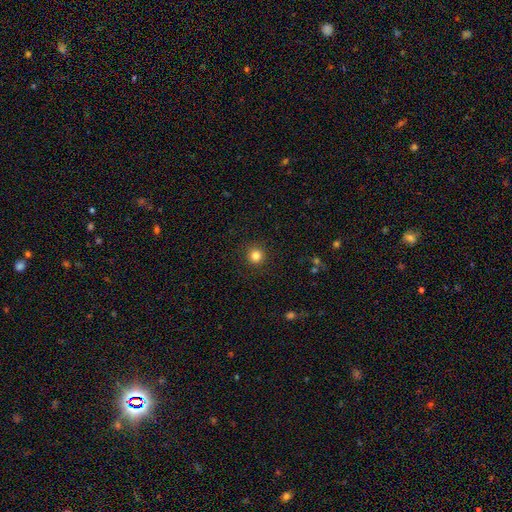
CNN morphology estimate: Smooth or featured: smooth — 83% (star or artifact — 12%)
How rounded: round — 95% (in between — 5%)
Merging: none — 92% (minor disturbance — 5%)